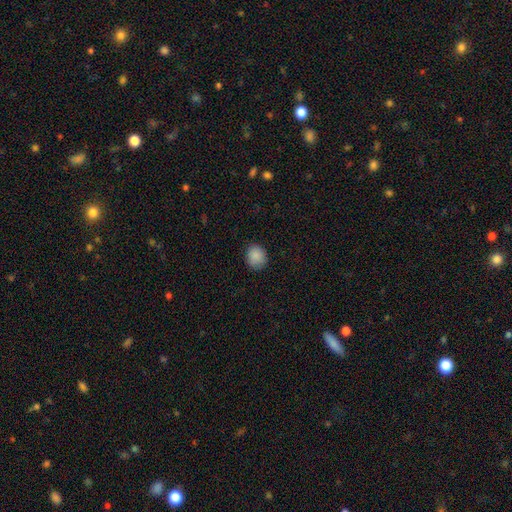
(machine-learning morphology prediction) The model was most divided on "how rounded": round: 70%, in between: 29%, cigar-shaped: 1%. More confident: smooth or featured — smooth (88%); merging — none (84%).